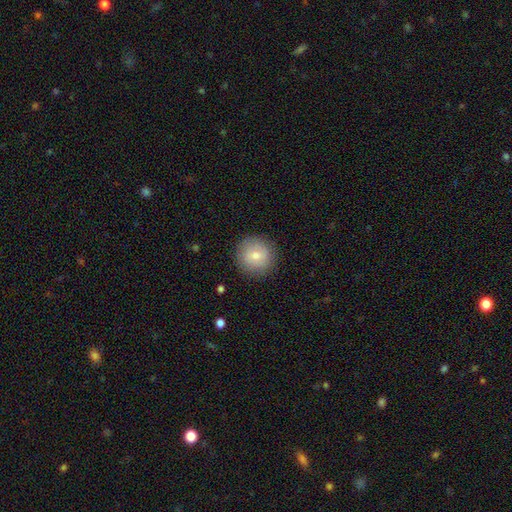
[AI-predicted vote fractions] smooth-or-featured: smooth: 75% | featured or disk: 17% | star or artifact: 8%
  how-rounded: round: 94% | in between: 5% | cigar-shaped: 1%
  merging: none: 88% | minor disturbance: 8% | major disturbance: 3% | merger: 1%